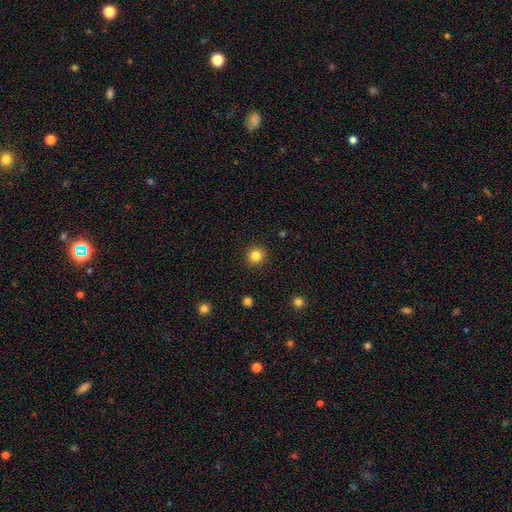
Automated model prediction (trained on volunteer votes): This appears to be a smooth galaxy with no disk features (83%) that is round (90%). Merging: none (92%).